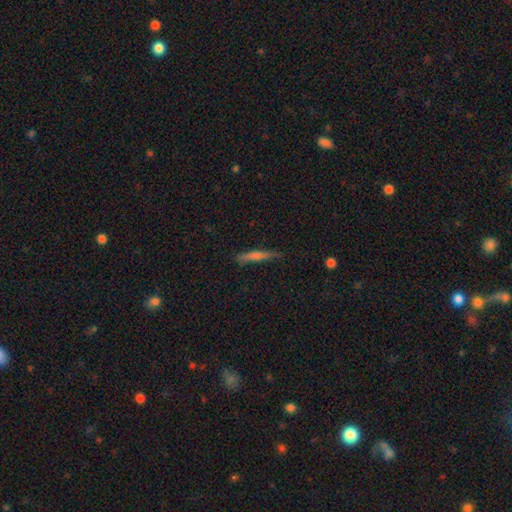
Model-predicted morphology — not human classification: A featured or disk galaxy (55%) viewed edge-on (96%) with a rounded central bulge (62%).

Vote fractions:
- Smooth or featured? featured or disk: 55% / smooth: 35% / star or artifact: 10%
- Edge-on disk? yes: 96% / no: 4%
- Edge-on bulge? rounded: 62% / none: 30% / boxy: 9%
- Merging? none: 86% / minor disturbance: 11% / major disturbance: 2% / merger: 1%